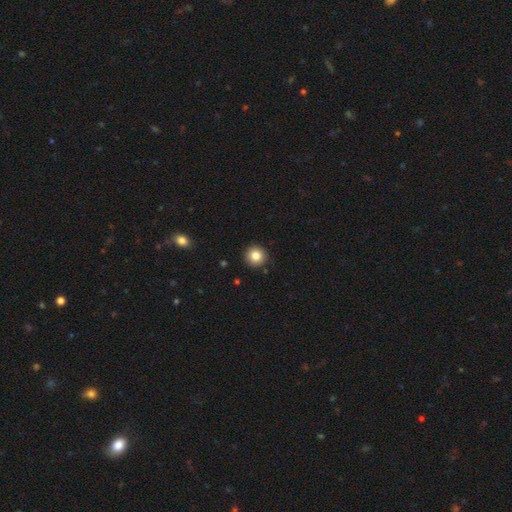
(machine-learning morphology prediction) This is clearly a smooth galaxy (83%). How rounded: clearly round (95%). Merging: clearly none (92%).